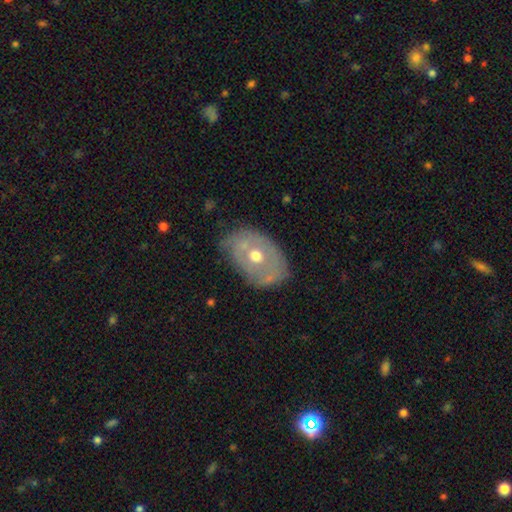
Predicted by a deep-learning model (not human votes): A featured or disk galaxy (53%).

Vote fractions:
- Smooth or featured? featured or disk: 53% / smooth: 40% / star or artifact: 7%
- Edge-on disk? no: 92% / yes: 8%
- Merging? none: 53% / minor disturbance: 31% / major disturbance: 11% / merger: 4%